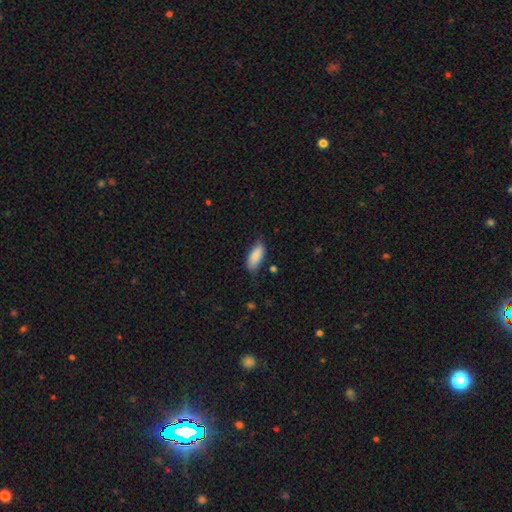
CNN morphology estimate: This is clearly a smooth galaxy (87%). How rounded: clearly in between (81%). Merging: likely none (67%).